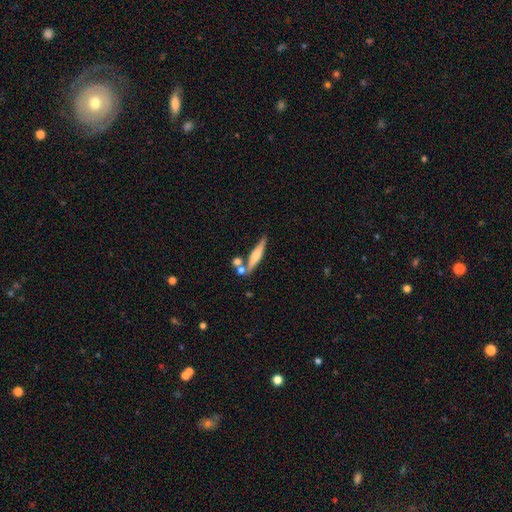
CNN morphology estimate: Overall: featured or disk (50%; smooth 43%). Edge-on disk: yes (92%). Merging: none (66%).